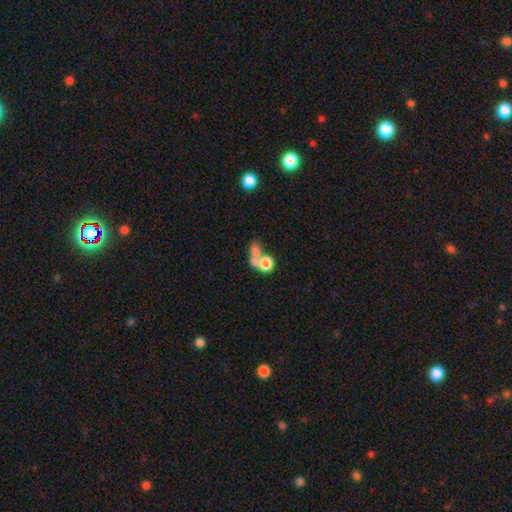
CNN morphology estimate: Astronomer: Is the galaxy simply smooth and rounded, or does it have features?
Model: smooth — 62%.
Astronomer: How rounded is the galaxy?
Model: round — 58% (runner-up: in between, 39%).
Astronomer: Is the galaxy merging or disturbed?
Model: merger — 58%.